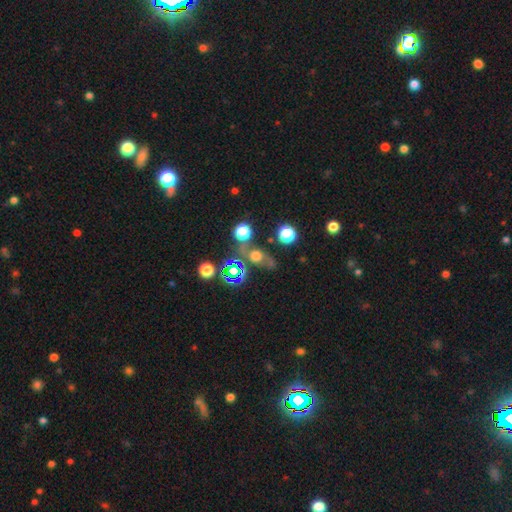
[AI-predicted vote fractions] Smooth or featured? smooth (38%)
Merging? none (44%)